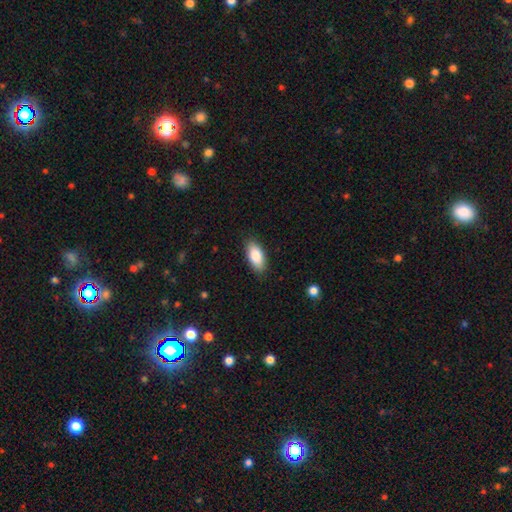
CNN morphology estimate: A smooth galaxy with no disk features (85%) that is in between round and cigar-shaped (90%).

Vote fractions:
- Smooth or featured? smooth: 85% / featured or disk: 9% / star or artifact: 6%
- How rounded? in between: 90% / cigar-shaped: 8% / round: 2%
- Merging? none: 87% / minor disturbance: 10% / major disturbance: 2% / merger: 1%